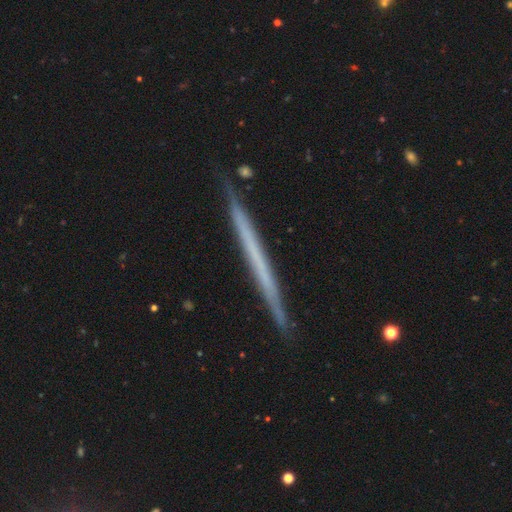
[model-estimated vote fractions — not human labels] A featured or disk galaxy (58%) viewed edge-on (97%) with no central bulge (95%). Merging: none (90%).